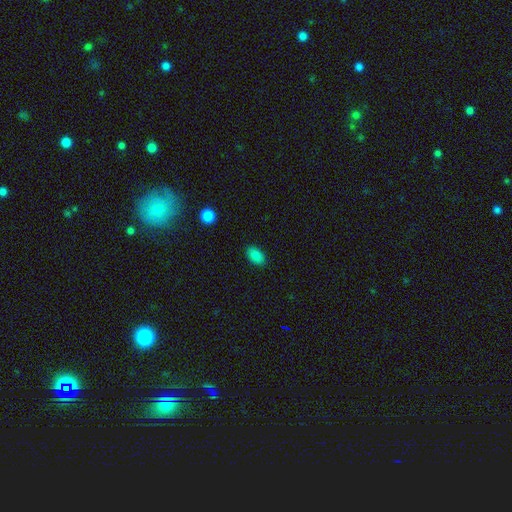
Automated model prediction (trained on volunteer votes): A smooth galaxy with no disk features (86%) that is in between round and cigar-shaped (91%). Merging: none (88%).